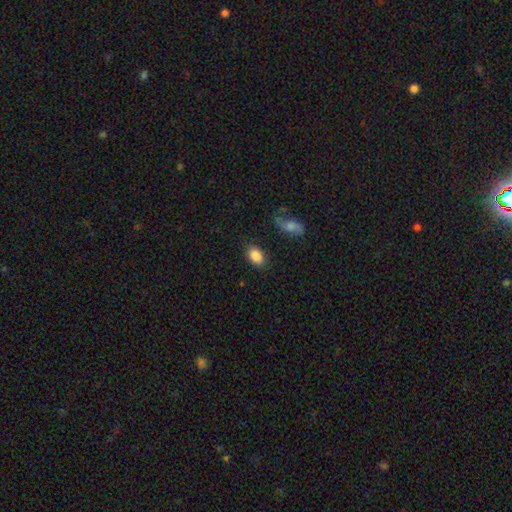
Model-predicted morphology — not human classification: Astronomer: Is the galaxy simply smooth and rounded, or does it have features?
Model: smooth — 86%.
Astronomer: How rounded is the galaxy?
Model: in between — 88%.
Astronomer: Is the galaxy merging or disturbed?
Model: none — 81%.